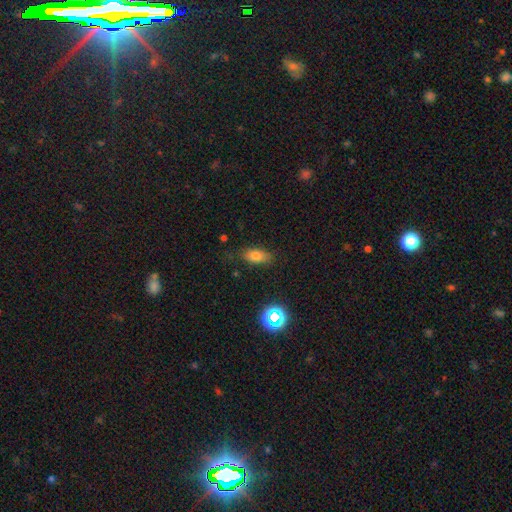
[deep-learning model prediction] This appears to be a smooth galaxy with no disk features (74%) that is in between round and cigar-shaped (83%). Merging: none (80%).